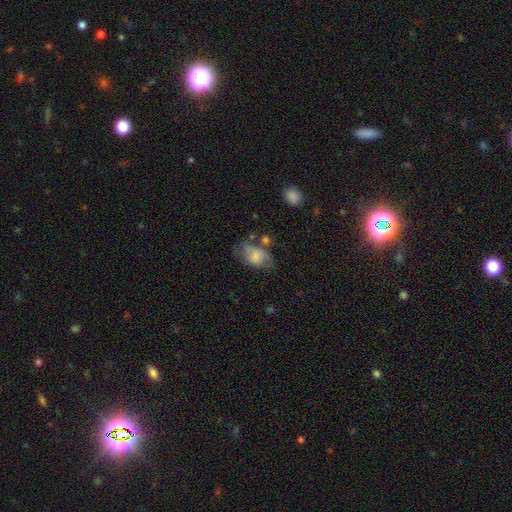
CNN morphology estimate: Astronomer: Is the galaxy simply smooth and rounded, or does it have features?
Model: smooth — 69%.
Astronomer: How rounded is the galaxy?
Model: in between — 85%.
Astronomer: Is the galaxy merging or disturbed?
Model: none — 43% (runner-up: minor disturbance, 30%).